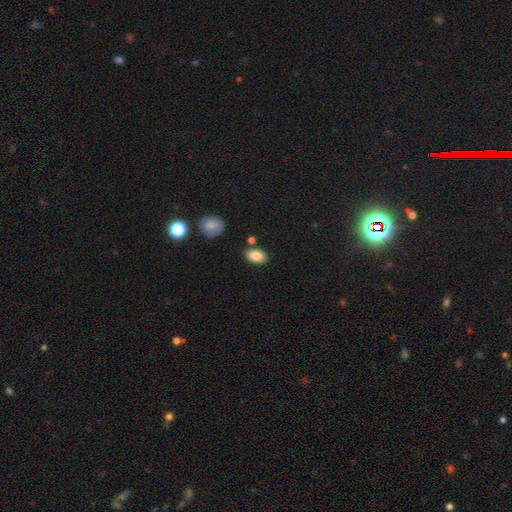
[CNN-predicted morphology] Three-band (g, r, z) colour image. It shows a smooth galaxy with no disk features (85%) that is in between round and cigar-shaped (89%). Merging: none (81%).